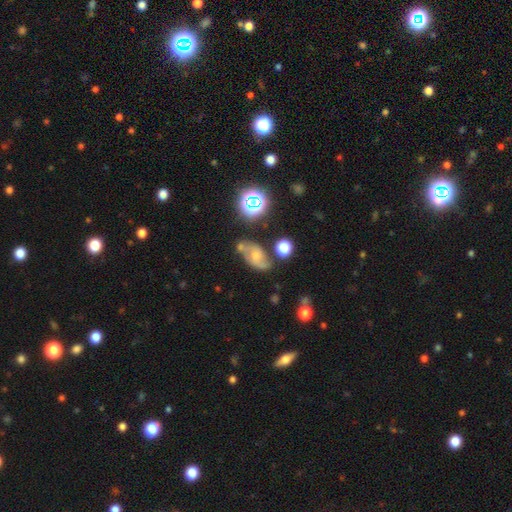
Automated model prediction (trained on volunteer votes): A featured or disk galaxy (62%) with no bar (59%), 2 (84%) medium (46%) spiral arms (88%) and a small central bulge (40%). Merging: none (56%).